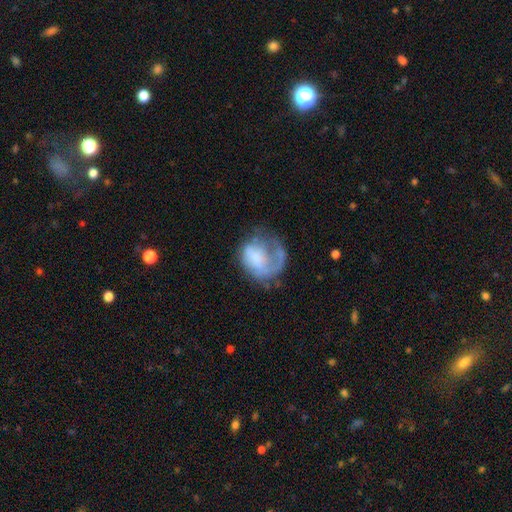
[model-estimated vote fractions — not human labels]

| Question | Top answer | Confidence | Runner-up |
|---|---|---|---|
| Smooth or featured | featured or disk | 55% | smooth (37%) |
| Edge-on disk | no | 98% | yes (2%) |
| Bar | no | 71% | weak (23%) |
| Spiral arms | yes | 67% | no (33%) |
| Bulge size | none | 41% | moderate (20%) |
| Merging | none | 39% | major disturbance (37%) |